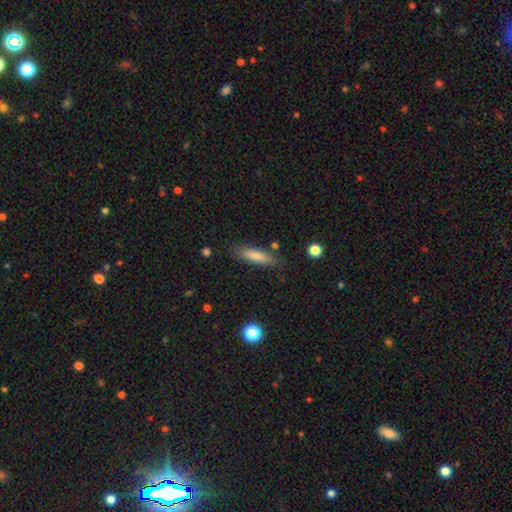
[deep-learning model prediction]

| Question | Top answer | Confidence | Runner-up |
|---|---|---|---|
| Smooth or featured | smooth | 76% | featured or disk (16%) |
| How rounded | cigar-shaped | 70% | in between (28%) |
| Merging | none | 84% | minor disturbance (11%) |